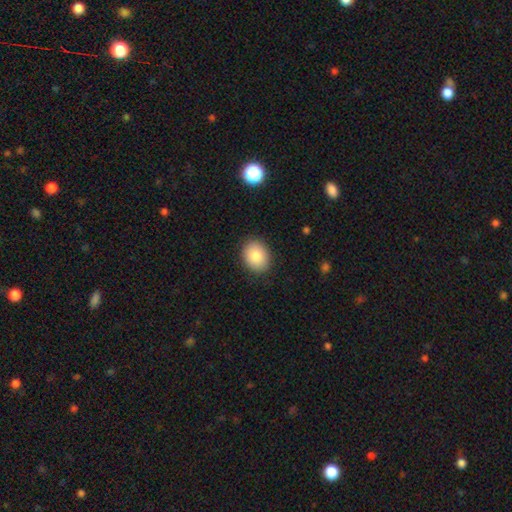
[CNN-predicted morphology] type=smooth (83%); roundness=in between (50%); merging=none (88%).